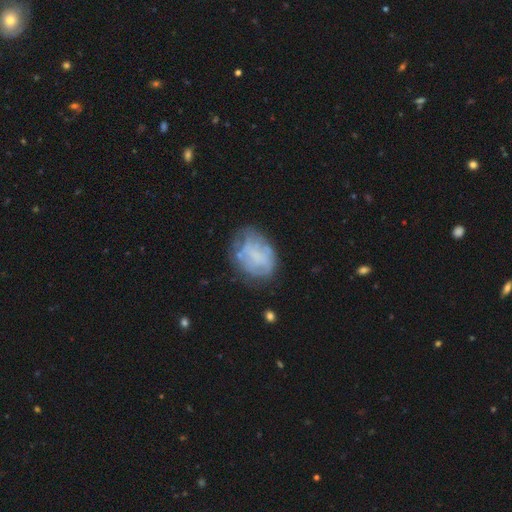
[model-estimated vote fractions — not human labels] Smooth or featured? Predicted: featured or disk (p=0.50). Edge-on disk? Predicted: no (p=0.98). Merging? Predicted: none (p=0.54).